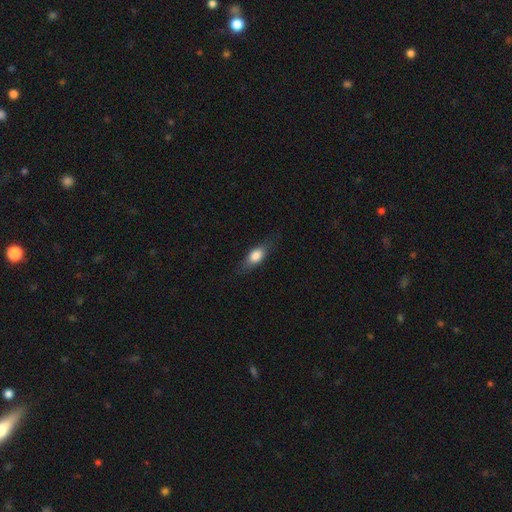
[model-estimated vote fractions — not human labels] Q: Smooth or featured?
A: smooth (74%); runner-up: featured or disk (19%)
Q: How rounded?
A: in between (74%); runner-up: cigar-shaped (20%)
Q: Merging?
A: none (76%); runner-up: minor disturbance (17%)